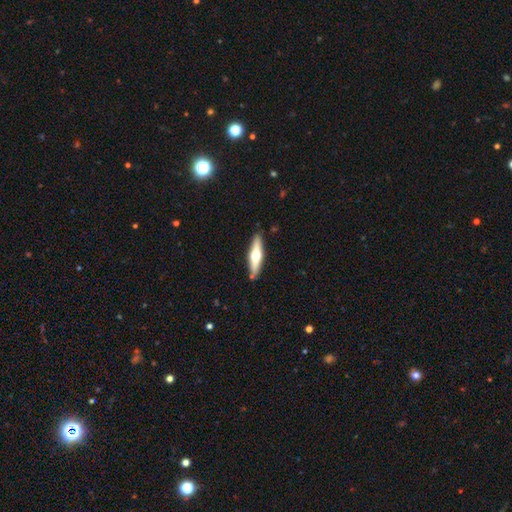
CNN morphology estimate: Overall: featured or disk (51%; smooth 44%). Edge-on disk: yes (92%). Merging: none (87%).